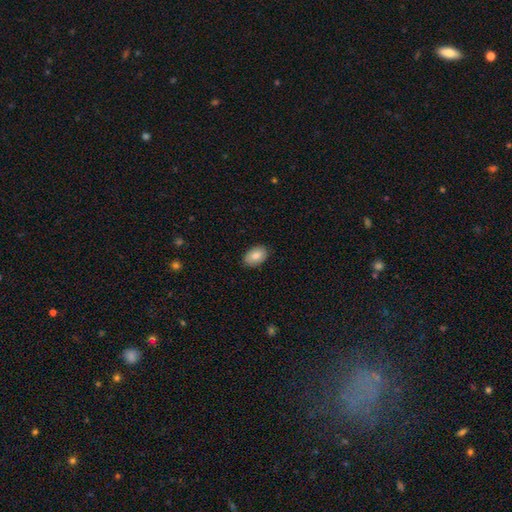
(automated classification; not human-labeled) This is clearly a smooth galaxy (85%). How rounded: clearly in between (90%). Merging: clearly none (88%).